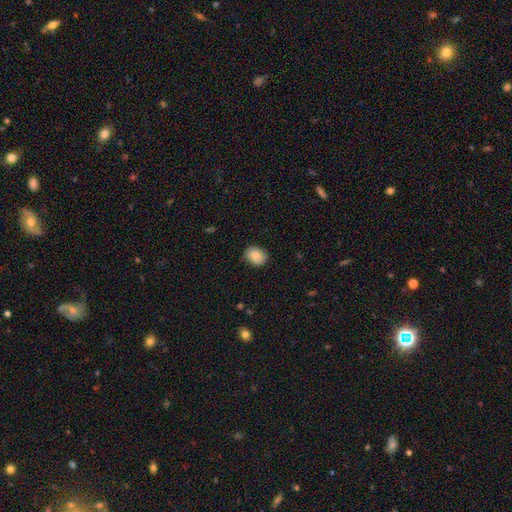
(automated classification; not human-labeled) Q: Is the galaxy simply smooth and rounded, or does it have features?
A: smooth — 86%.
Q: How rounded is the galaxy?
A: round — 58%.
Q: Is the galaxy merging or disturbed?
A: none — 85%.